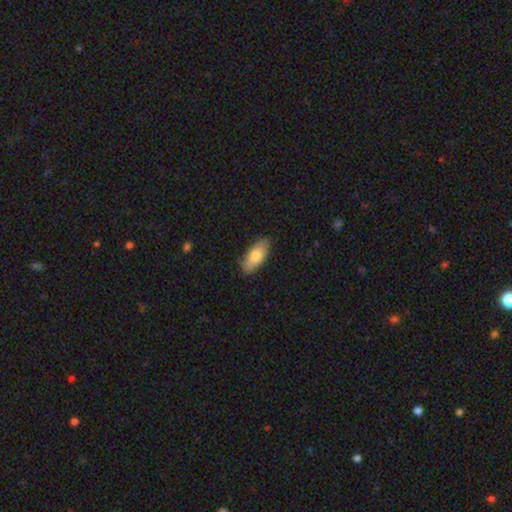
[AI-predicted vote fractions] Overall: smooth (79%). How rounded: in between (85%). Merging: none (86%).